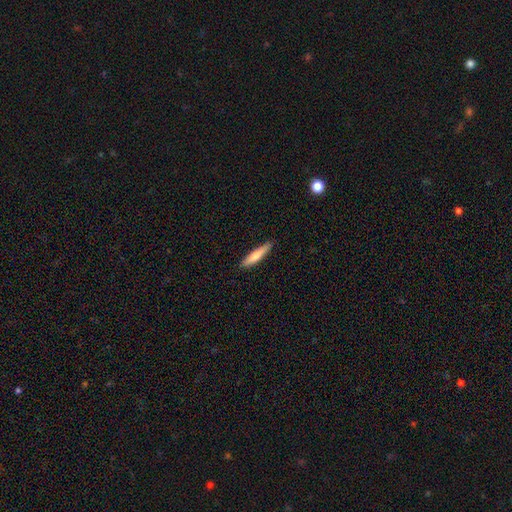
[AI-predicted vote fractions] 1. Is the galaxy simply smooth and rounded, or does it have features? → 73% smooth, 21% featured or disk, 5% star or artifact.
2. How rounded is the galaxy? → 87% cigar-shaped, 11% in between, 1% round.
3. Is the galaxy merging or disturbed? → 87% none, 10% minor disturbance, 2% major disturbance, 1% merger.